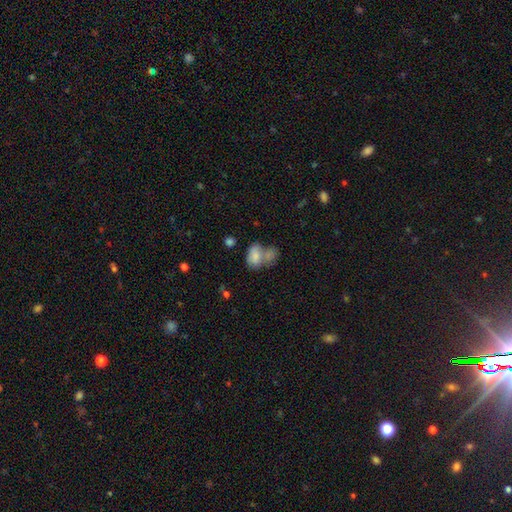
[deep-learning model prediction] smooth 78%, featured or disk 14%, star or artifact 9%. Down the decision tree: how rounded — in between (82%); merging — merger (54%).